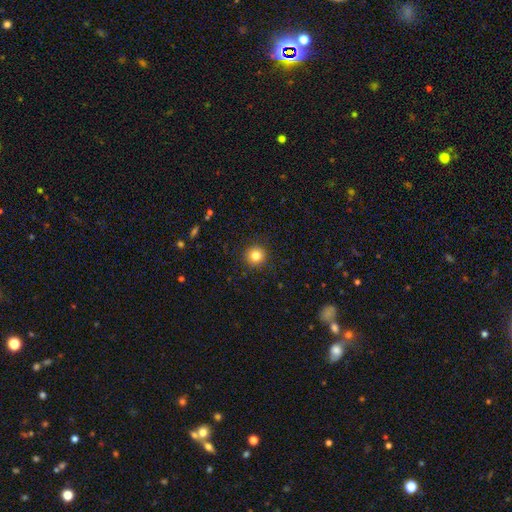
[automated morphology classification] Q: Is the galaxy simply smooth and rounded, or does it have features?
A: smooth — 83%.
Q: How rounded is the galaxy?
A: round — 94%.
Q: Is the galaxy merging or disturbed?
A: none — 92%.